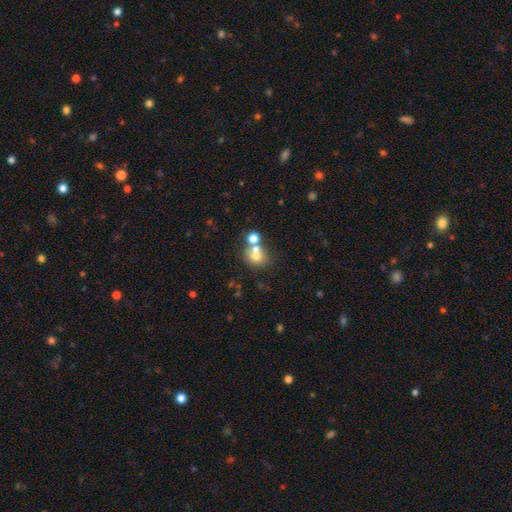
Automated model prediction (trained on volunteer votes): Overall: smooth (65%). How rounded: round (74%). Merging: merger (44%; none 43%).